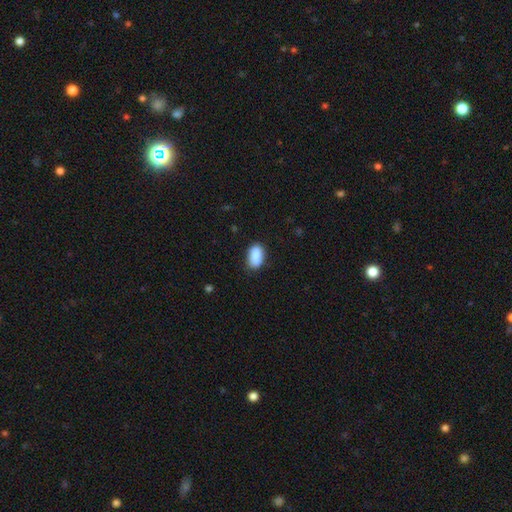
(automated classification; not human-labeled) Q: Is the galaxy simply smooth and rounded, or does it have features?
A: smooth — 89%.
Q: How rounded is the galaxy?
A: in between — 92%.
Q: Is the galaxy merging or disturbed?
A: none — 81%.